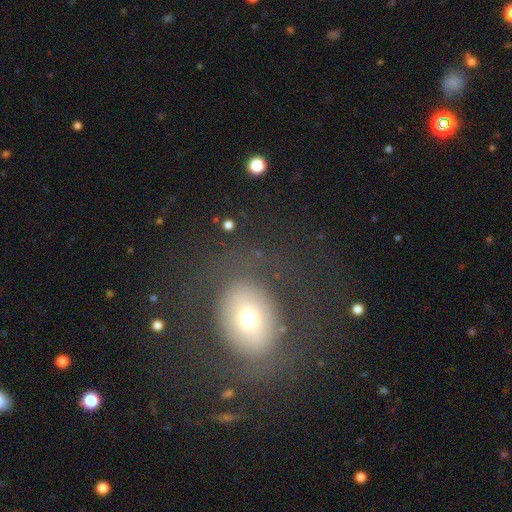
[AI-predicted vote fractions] This is possibly a smooth galaxy (50%). How rounded: possibly in between (52%). Merging: likely none (75%).